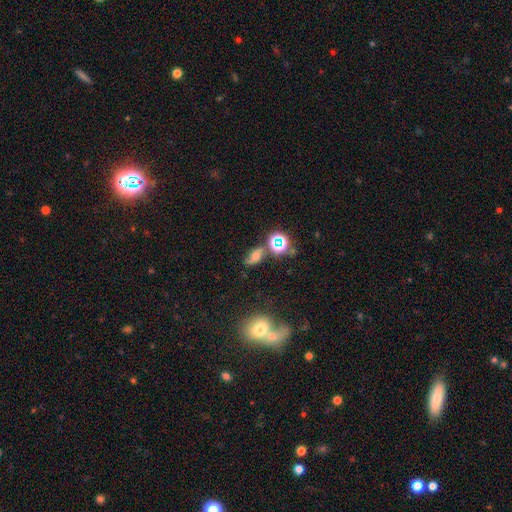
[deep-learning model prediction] smooth_or_featured: smooth (p=0.43) [alt: featured or disk p=0.29]
merging: none (p=0.59) [alt: minor disturbance p=0.20]